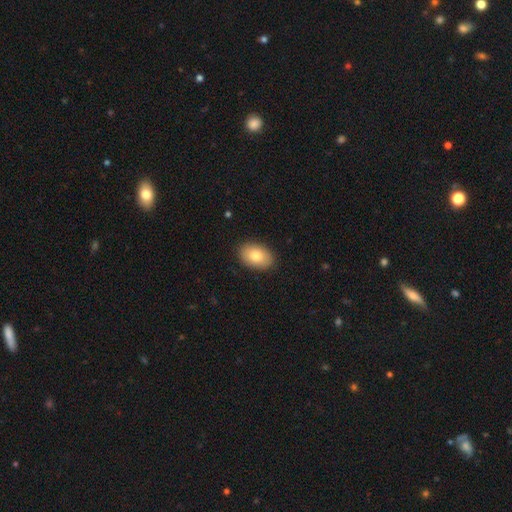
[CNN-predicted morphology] A smooth galaxy with no disk features (82%) that is in between round and cigar-shaped (87%).

Vote fractions:
- Smooth or featured? smooth: 82% / featured or disk: 11% / star or artifact: 7%
- How rounded? in between: 87% / round: 12% / cigar-shaped: 1%
- Merging? none: 88% / minor disturbance: 9% / major disturbance: 2% / merger: 1%